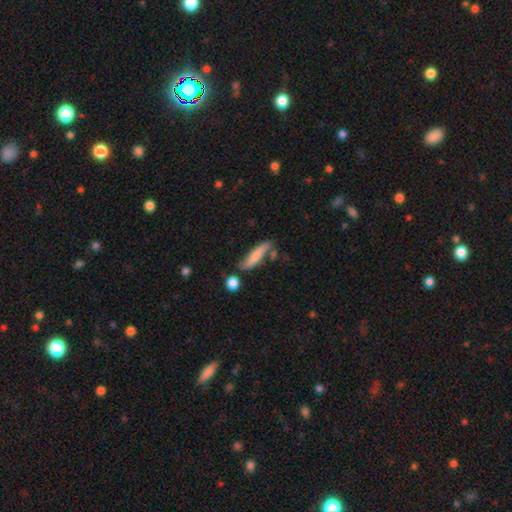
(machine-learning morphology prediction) The model was most divided on "smooth or featured": smooth: 65%, featured or disk: 28%, star or artifact: 7%. More confident: how rounded — cigar-shaped (79%); merging — none (62%).